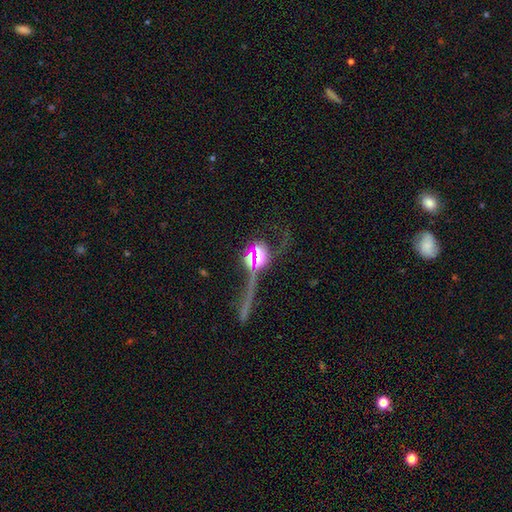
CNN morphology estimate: Overall: star or artifact (47%; featured or disk 30%).